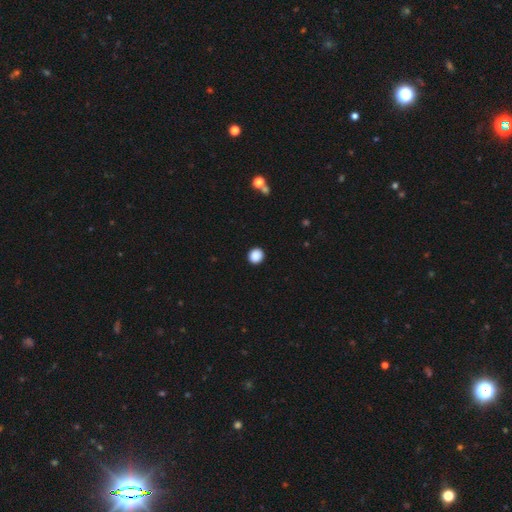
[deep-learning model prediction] A smooth galaxy with no disk features (88%) that is round (89%). Merging: none (93%).